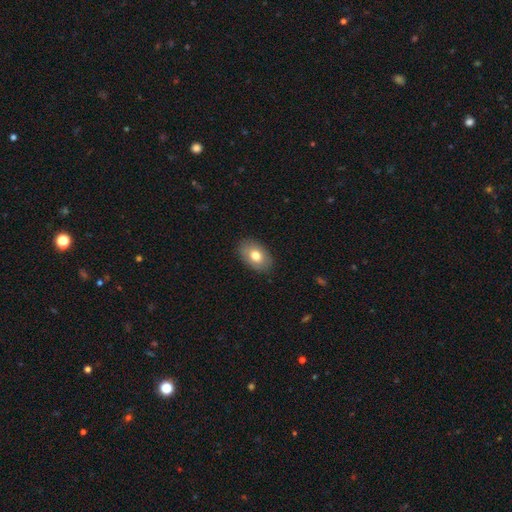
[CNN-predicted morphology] Q: Smooth or featured?
A: smooth (76%); runner-up: featured or disk (17%)
Q: How rounded?
A: in between (88%); runner-up: round (11%)
Q: Merging?
A: none (88%); runner-up: minor disturbance (9%)